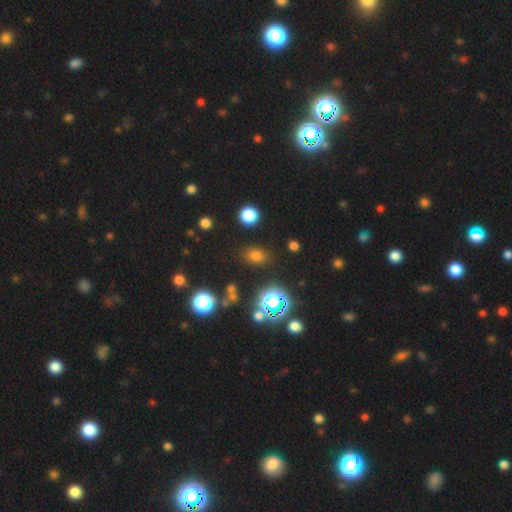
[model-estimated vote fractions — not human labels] smooth-or-featured: smooth: 66% | star or artifact: 28% | featured or disk: 6%
  how-rounded: in between: 58% | round: 40% | cigar-shaped: 2%
  merging: none: 84% | minor disturbance: 9% | major disturbance: 4% | merger: 3%